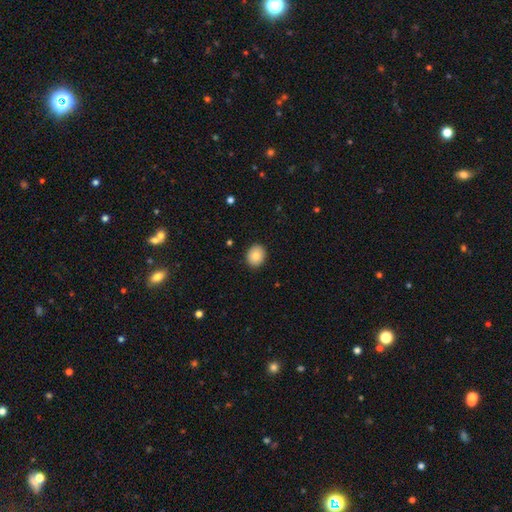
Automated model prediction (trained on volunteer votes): smooth 84%, star or artifact 8%, featured or disk 8%. Down the decision tree: how rounded — round (64%); merging — none (90%).